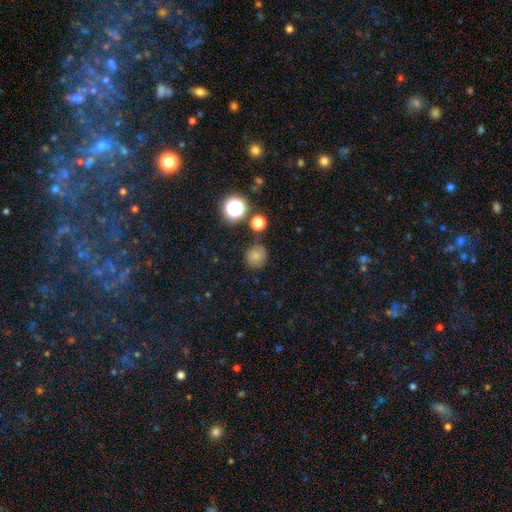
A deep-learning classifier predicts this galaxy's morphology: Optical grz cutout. It shows a smooth galaxy with no disk features (75%) that is round (89%). Merging: none (72%).